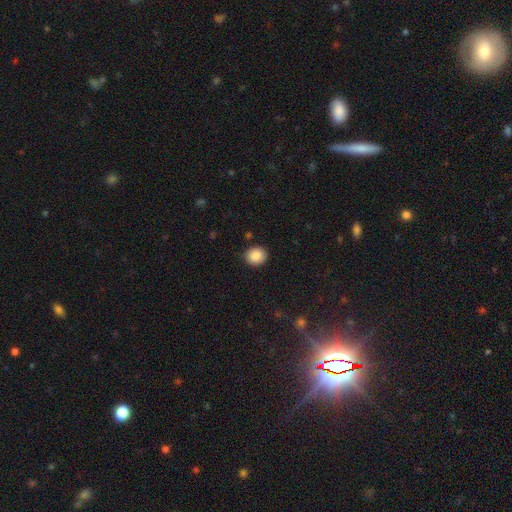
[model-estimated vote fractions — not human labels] A smooth galaxy with no disk features (86%) that is round (78%). Merging: none (87%).